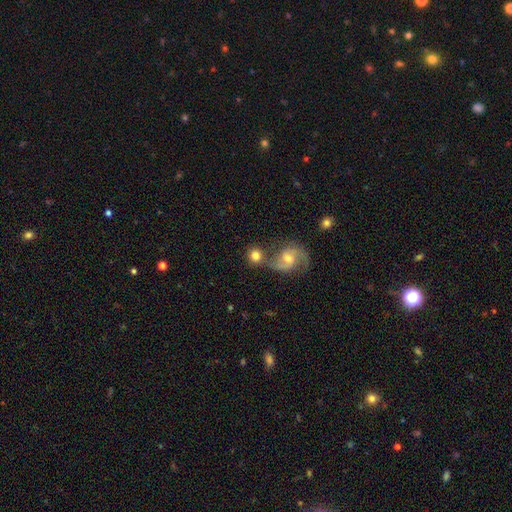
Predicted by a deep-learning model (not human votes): Overall: smooth (69%). How rounded: round (88%). Merging: none (57%; merger 28%).